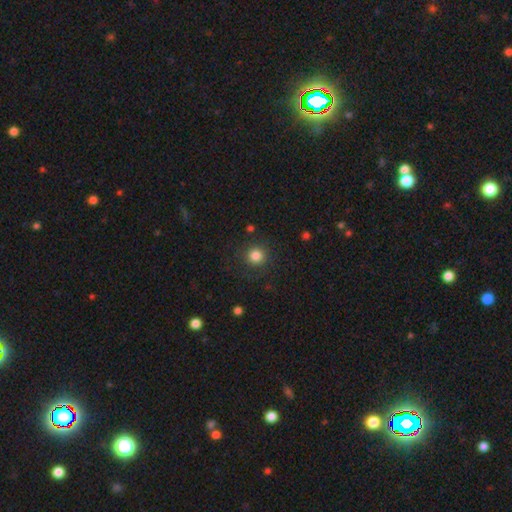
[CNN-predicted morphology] type=smooth (83%); roundness=round (94%); merging=none (87%).